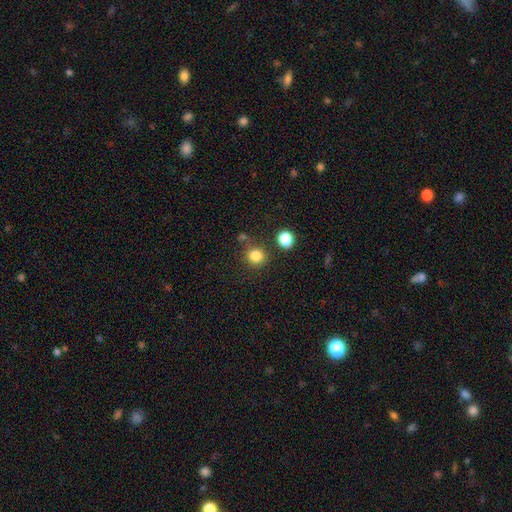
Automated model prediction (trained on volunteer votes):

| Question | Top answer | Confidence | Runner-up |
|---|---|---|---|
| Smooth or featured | smooth | 83% | star or artifact (13%) |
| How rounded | round | 89% | in between (10%) |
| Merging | none | 81% | minor disturbance (8%) |